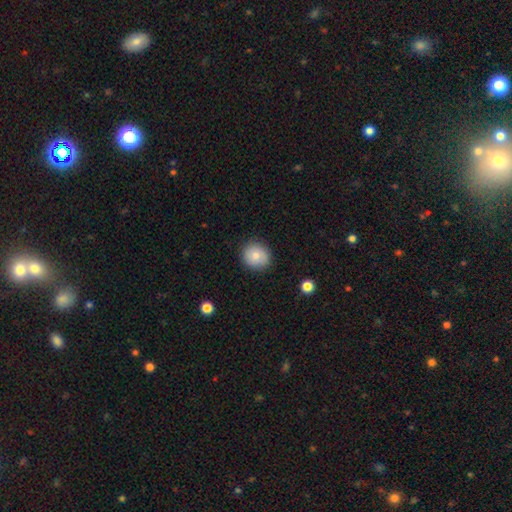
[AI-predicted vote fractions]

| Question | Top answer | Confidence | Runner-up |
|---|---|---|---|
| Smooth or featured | smooth | 80% | featured or disk (12%) |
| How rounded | round | 87% | in between (12%) |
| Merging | none | 87% | minor disturbance (9%) |